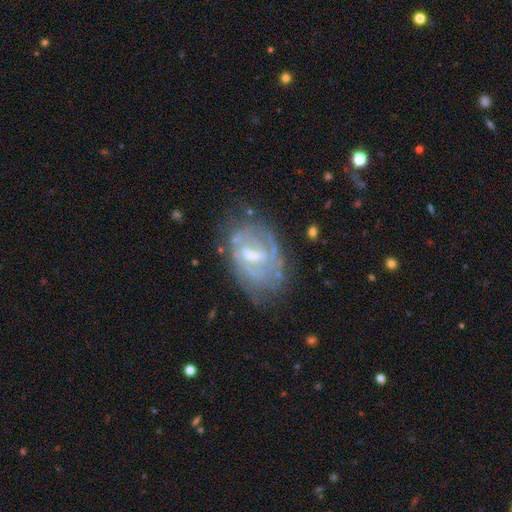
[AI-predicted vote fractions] Smooth or featured?
  - featured or disk: 77% *
  - smooth: 14%
  - star or artifact: 9%
Edge-on disk?
  - no: 95% *
  - yes: 5%
Bar?
  - weak: 53% *
  - strong: 29%
  - no: 18%
Spiral arms?
  - yes: 78% *
  - no: 22%
Spiral winding?
  - tight: 54% *
  - medium: 34%
  - loose: 13%
Spiral arm count?
  - can't tell: 46% *
  - 2: 32%
  - 3: 10%
  - 1: 5%
  - 4: 4%
  - more than 4: 3%
Bulge size?
  - moderate: 47% *
  - small: 39%
  - none: 9%
  - large: 4%
  - dominant: 1%
Merging?
  - none: 64% *
  - minor disturbance: 22%
  - major disturbance: 12%
  - merger: 3%